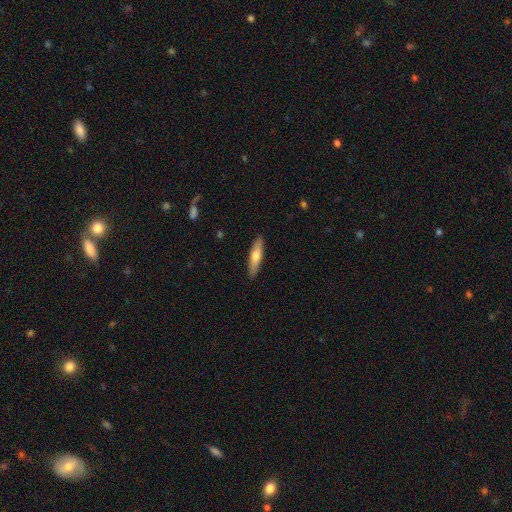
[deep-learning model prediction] smooth-or-featured: smooth: 61% | featured or disk: 34% | star or artifact: 6%
  how-rounded: cigar-shaped: 78% | in between: 21% | round: 2%
  merging: none: 90% | minor disturbance: 7% | major disturbance: 2% | merger: 1%